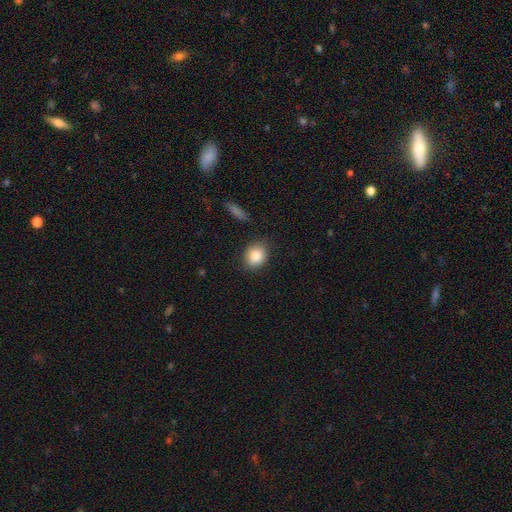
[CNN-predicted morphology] smooth 84%, star or artifact 8%, featured or disk 7%. Down the decision tree: how rounded — in between (50%); merging — none (84%).